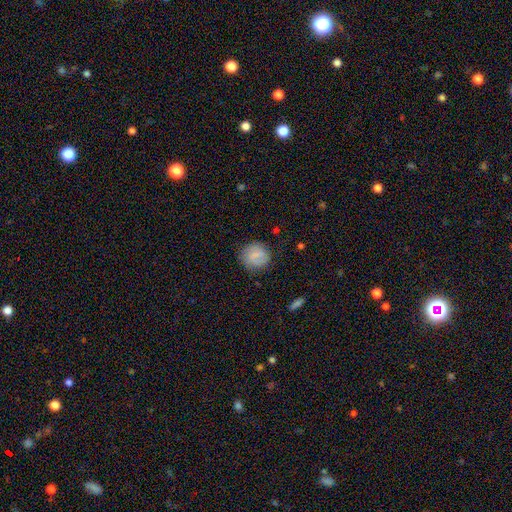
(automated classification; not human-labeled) A smooth galaxy with no disk features (71%) that is round (84%). Merging: none (77%).